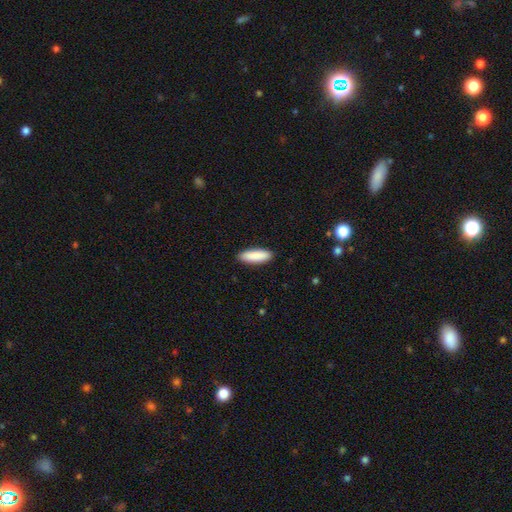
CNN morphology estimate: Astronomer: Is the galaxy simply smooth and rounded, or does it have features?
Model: smooth — 90%.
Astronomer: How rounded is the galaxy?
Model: in between — 54% (runner-up: cigar-shaped, 45%).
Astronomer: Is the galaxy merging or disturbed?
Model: none — 90%.